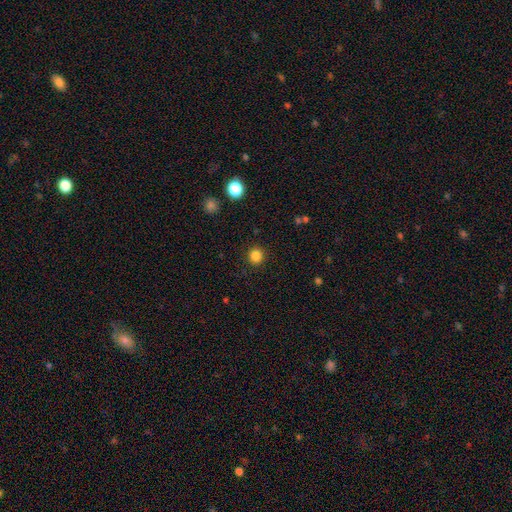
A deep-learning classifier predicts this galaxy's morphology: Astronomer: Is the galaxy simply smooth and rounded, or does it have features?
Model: smooth — 84%.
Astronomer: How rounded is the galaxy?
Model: round — 93%.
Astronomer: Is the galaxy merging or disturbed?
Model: none — 92%.